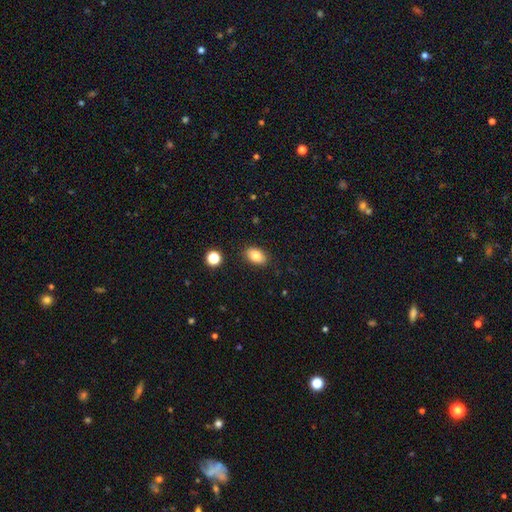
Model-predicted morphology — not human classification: A smooth galaxy with no disk features (82%) that is in between round and cigar-shaped (87%). Merging: none (87%).